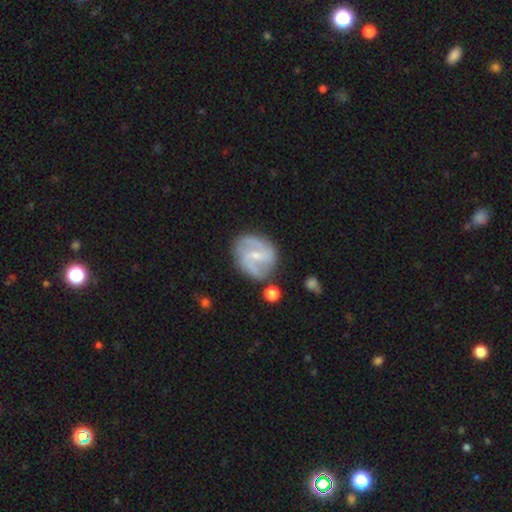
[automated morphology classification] A featured or disk galaxy (82%) with a weak bar (51%), 2 (80%) medium (51%) spiral arms (94%) and a small central bulge (65%). Merging: none (73%).